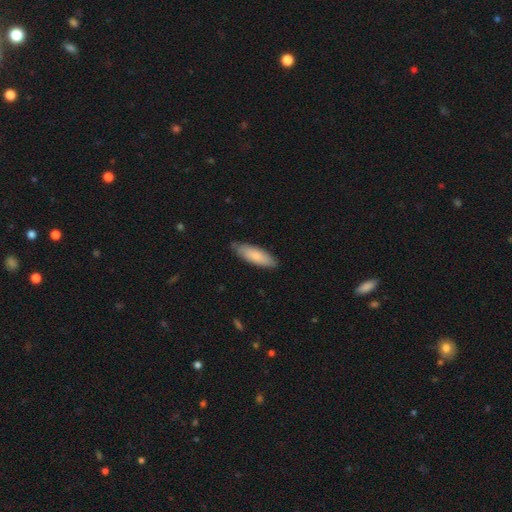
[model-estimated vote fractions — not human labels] Morphology: type=smooth (81%); roundness=in between (58%); merging=none (80%).